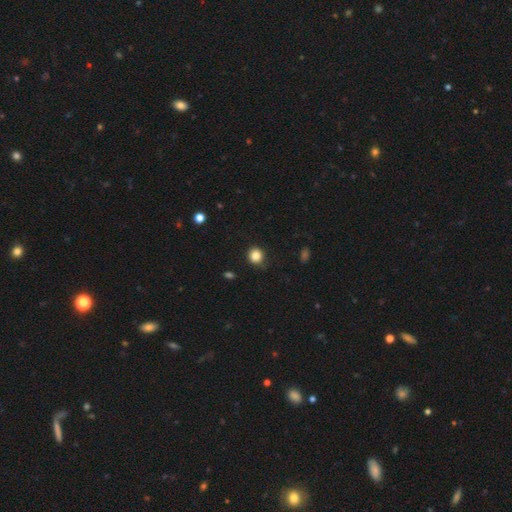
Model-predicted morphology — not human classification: This is clearly a smooth galaxy (85%). How rounded: clearly round (88%). Merging: clearly none (87%).